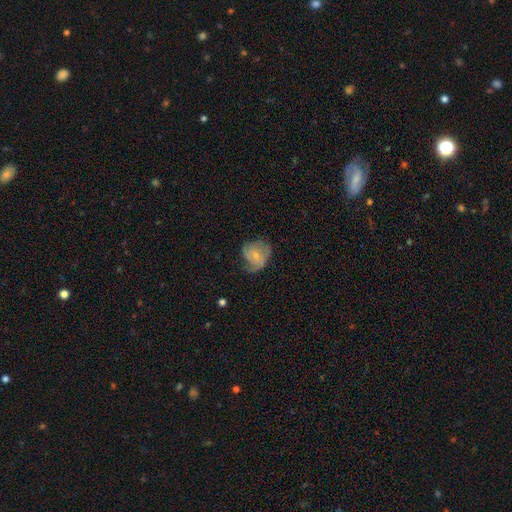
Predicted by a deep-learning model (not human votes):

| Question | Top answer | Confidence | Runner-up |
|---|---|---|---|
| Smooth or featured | featured or disk | 55% | smooth (38%) |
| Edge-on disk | no | 98% | yes (2%) |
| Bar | no | 73% | weak (23%) |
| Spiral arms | yes | 76% | no (24%) |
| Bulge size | small | 60% | moderate (33%) |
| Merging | none | 43% | minor disturbance (31%) |